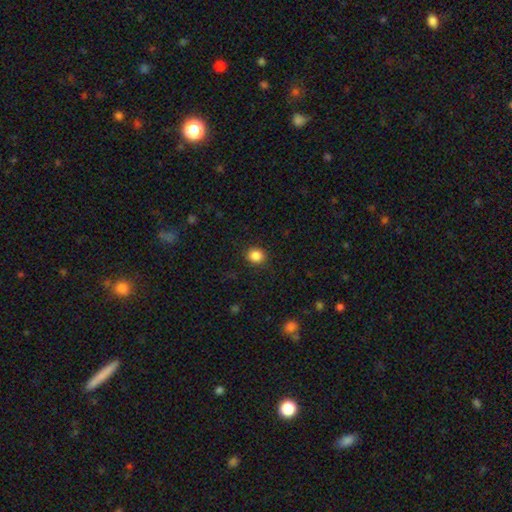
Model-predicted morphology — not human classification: Smooth or featured?
  - smooth: 85% *
  - star or artifact: 11%
  - featured or disk: 4%
How rounded?
  - round: 79% *
  - in between: 20%
  - cigar-shaped: 1%
Merging?
  - none: 89% *
  - minor disturbance: 7%
  - major disturbance: 2%
  - merger: 1%